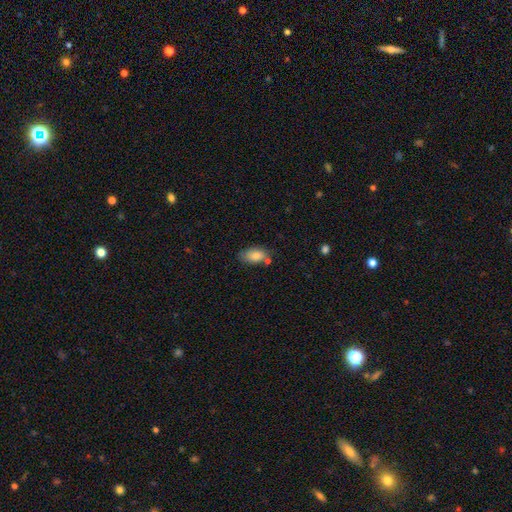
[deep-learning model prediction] A smooth galaxy with no disk features (81%) that is in between round and cigar-shaped (91%). Merging: none (61%).